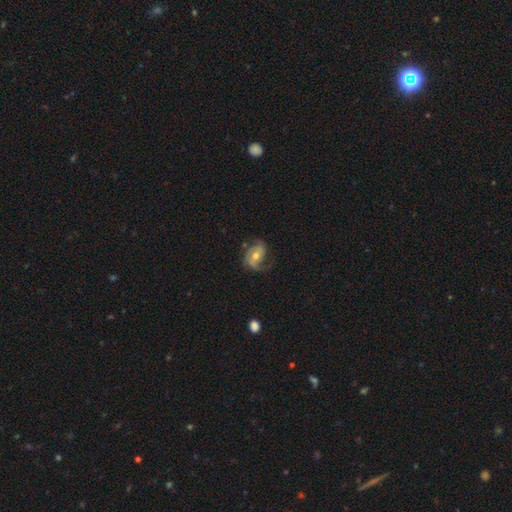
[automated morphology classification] featured or disk 77%, smooth 17%, star or artifact 6%. Down the decision tree: edge-on disk — no (97%); bar — no (51%); spiral arms — yes (92%); spiral arm count — 2 (66%); spiral winding — medium (44%); bulge size — moderate (70%); merging — none (56%).